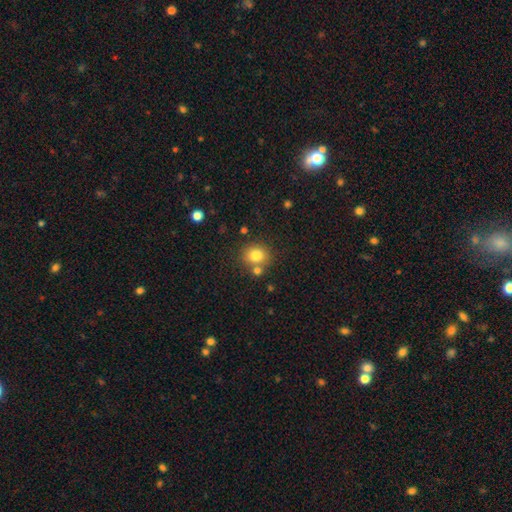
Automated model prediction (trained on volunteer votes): Q: Smooth or featured?
A: smooth (80%); runner-up: star or artifact (11%)
Q: How rounded?
A: round (78%); runner-up: in between (21%)
Q: Merging?
A: none (68%); runner-up: merger (18%)